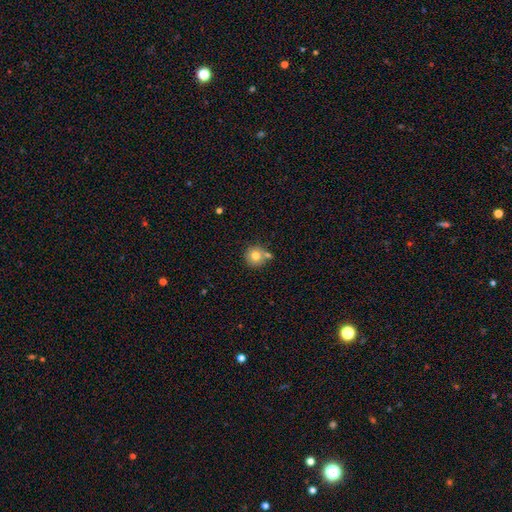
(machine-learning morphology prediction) Smooth or featured? Predicted: smooth (p=0.77). How rounded? Predicted: round (p=0.93). Merging? Predicted: none (p=0.65).